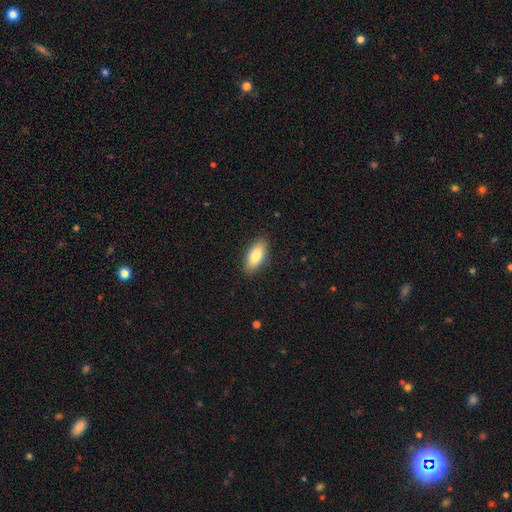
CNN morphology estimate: The model was most divided on "smooth or featured": smooth: 80%, featured or disk: 14%, star or artifact: 6%. More confident: merging — none (88%); how rounded — in between (86%).